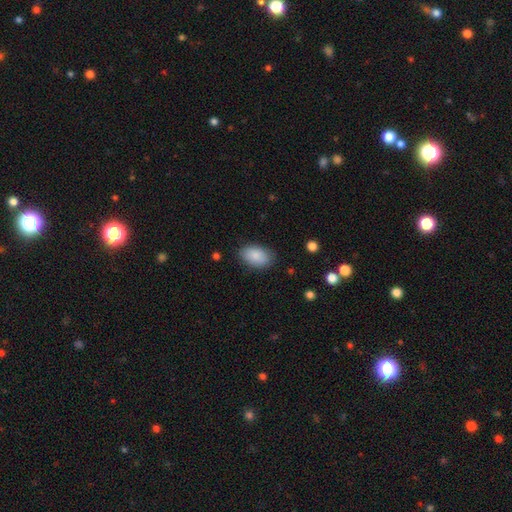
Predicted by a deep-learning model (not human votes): Smooth or featured?
  - smooth: 88% *
  - star or artifact: 6%
  - featured or disk: 6%
How rounded?
  - in between: 92% *
  - round: 7%
  - cigar-shaped: 1%
Merging?
  - none: 83% *
  - minor disturbance: 12%
  - major disturbance: 3%
  - merger: 1%